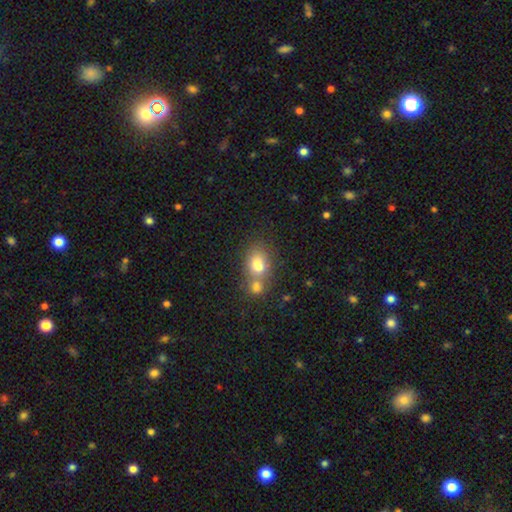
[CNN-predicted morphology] Overall: smooth (72%). How rounded: in between (51%; round 47%). Merging: none (51%; merger 37%).